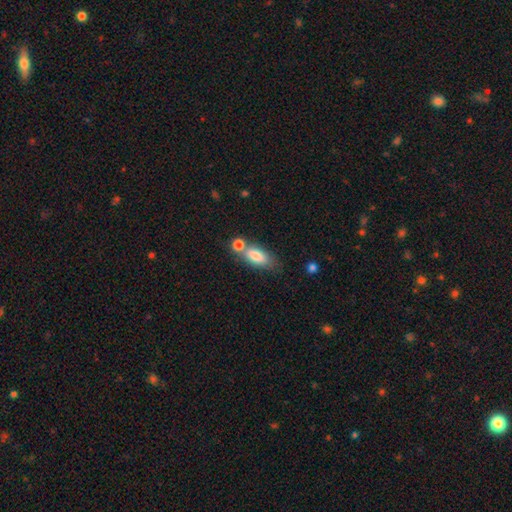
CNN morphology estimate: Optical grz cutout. It shows a smooth galaxy with no disk features (80%) that is in between round and cigar-shaped (80%). Merging: none (45%).